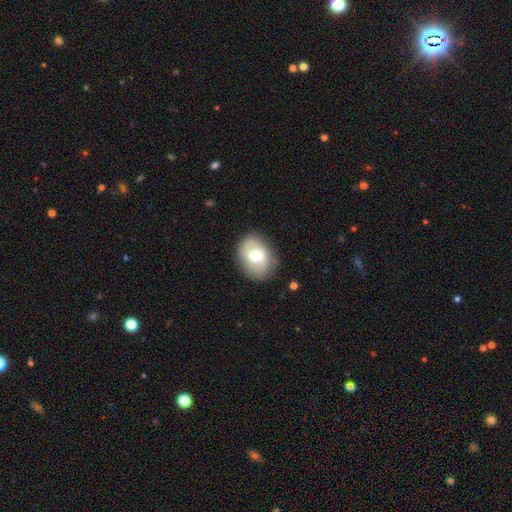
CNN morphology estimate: type=smooth (65%); roundness=in between (61%); merging=none (81%).